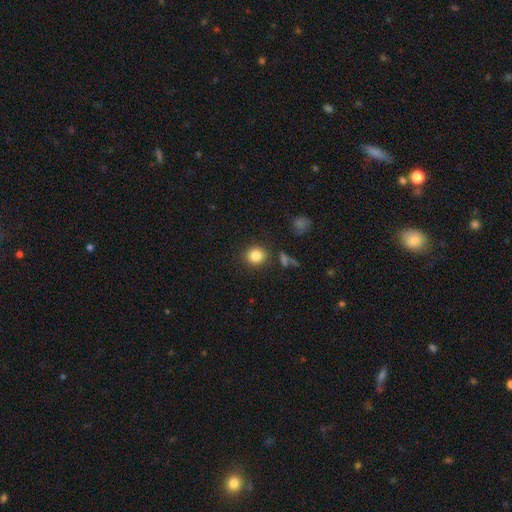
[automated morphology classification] Smooth or featured: smooth — 84% (star or artifact — 11%)
How rounded: round — 88% (in between — 11%)
Merging: none — 87% (minor disturbance — 7%)